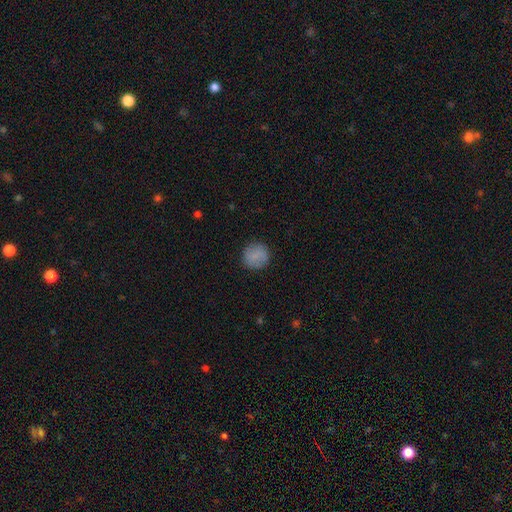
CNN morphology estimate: This is clearly a smooth galaxy (84%). How rounded: clearly round (91%). Merging: clearly none (88%).